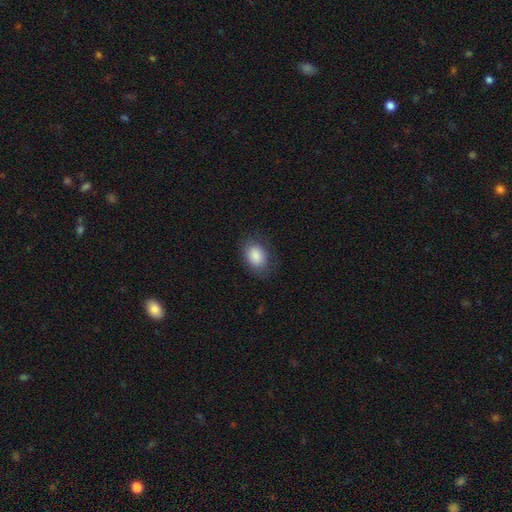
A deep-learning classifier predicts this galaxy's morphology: Smooth or featured? Predicted: smooth (p=0.87). How rounded? Predicted: in between (p=0.78). Merging? Predicted: none (p=0.78).